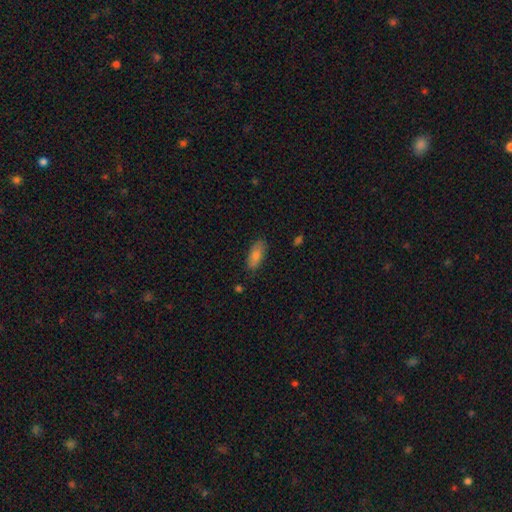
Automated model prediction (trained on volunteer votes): The model was most divided on "how rounded": in between: 77%, cigar-shaped: 21%, round: 2%. More confident: merging — none (84%); smooth or featured — smooth (79%).